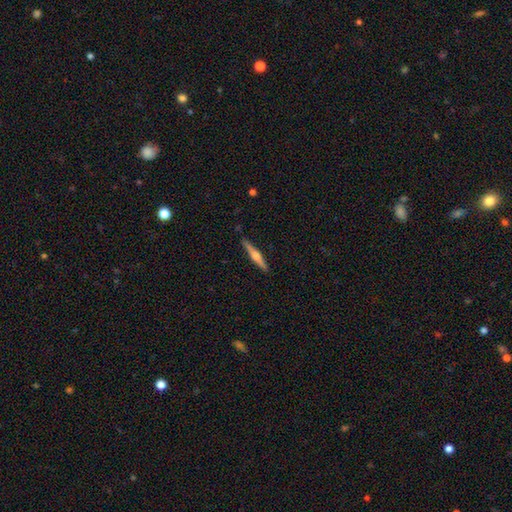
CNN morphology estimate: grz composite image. It shows a featured or disk galaxy (65%) viewed edge-on (98%) with a rounded central bulge (90%). Merging: none (89%).